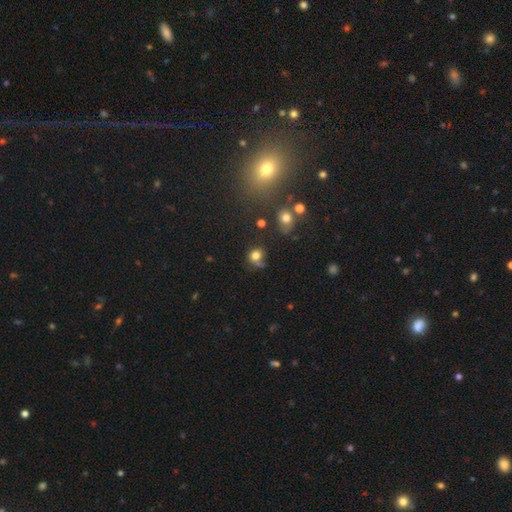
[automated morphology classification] The model was most divided on "merging": none: 53%, minor disturbance: 21%, merger: 14%, major disturbance: 11%. More confident: smooth or featured — smooth (77%); how rounded — round (74%).